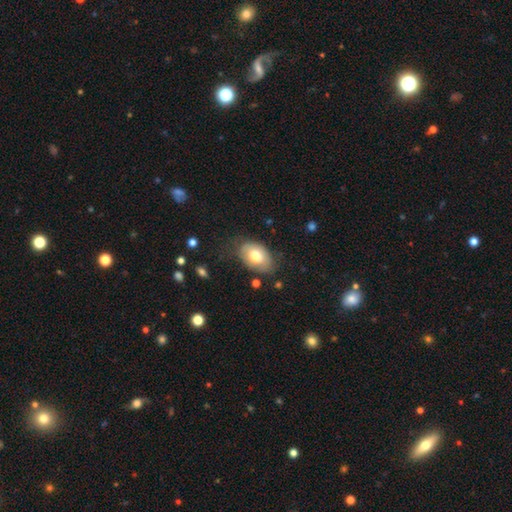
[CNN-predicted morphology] smooth_or_featured: smooth (p=0.72) [alt: featured or disk p=0.21]
how_rounded: in between (p=0.89) [alt: round p=0.10]
merging: none (p=0.67) [alt: minor disturbance p=0.24]